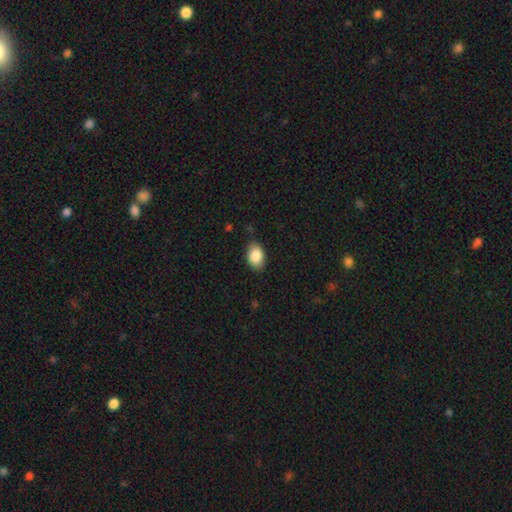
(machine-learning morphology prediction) Smooth or featured? smooth (87%)
How rounded? in between (87%)
Merging? none (79%)